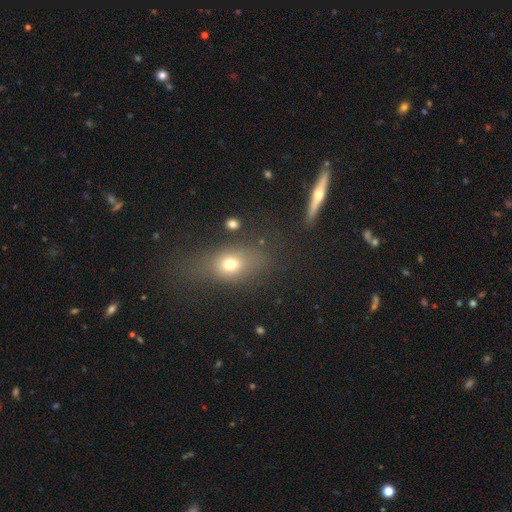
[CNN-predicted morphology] Smooth or featured? Predicted: smooth (p=0.55). How rounded? Predicted: in between (p=0.63). Merging? Predicted: none (p=0.74).